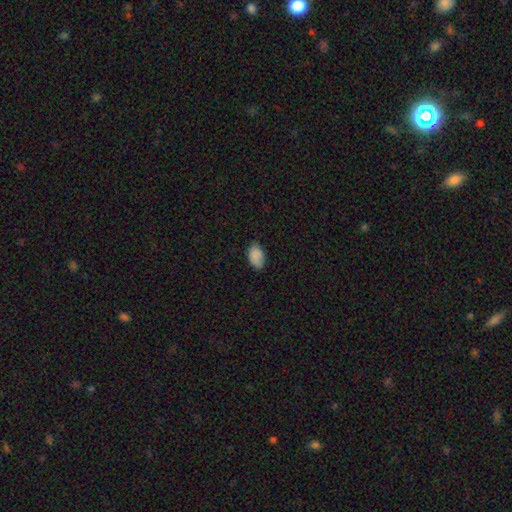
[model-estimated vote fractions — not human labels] A smooth galaxy with no disk features (87%) that is in between round and cigar-shaped (91%).

Vote fractions:
- Smooth or featured? smooth: 87% / star or artifact: 8% / featured or disk: 5%
- How rounded? in between: 91% / round: 7% / cigar-shaped: 1%
- Merging? none: 76% / minor disturbance: 19% / major disturbance: 3% / merger: 1%